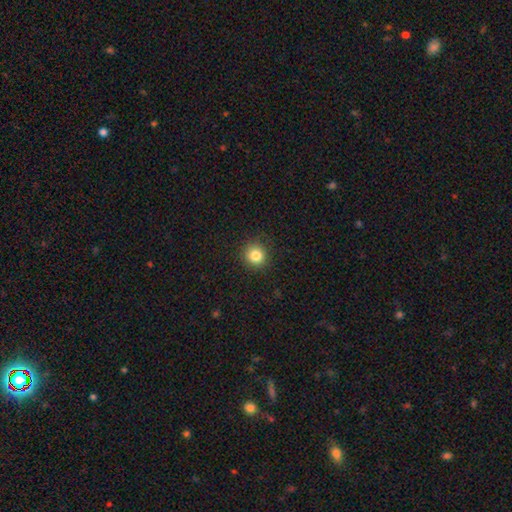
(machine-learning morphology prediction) This appears to be a smooth galaxy with no disk features (83%) that is round (91%). Merging: none (89%).